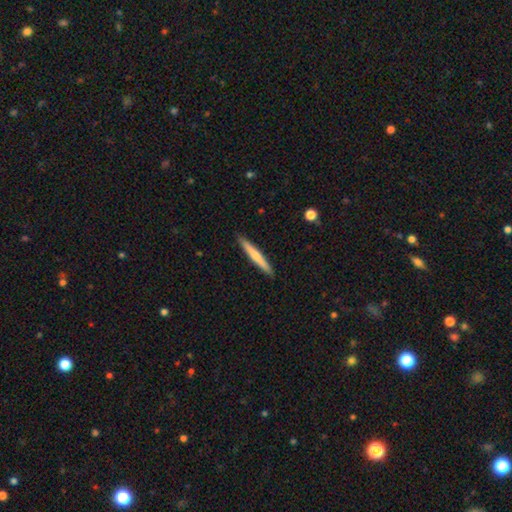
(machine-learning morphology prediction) A smooth galaxy with no disk features (57%) that is cigar-shaped (96%).

Vote fractions:
- Smooth or featured? smooth: 57% / featured or disk: 38% / star or artifact: 5%
- How rounded? cigar-shaped: 96% / in between: 3% / round: 1%
- Merging? none: 91% / minor disturbance: 6% / major disturbance: 1% / merger: 1%